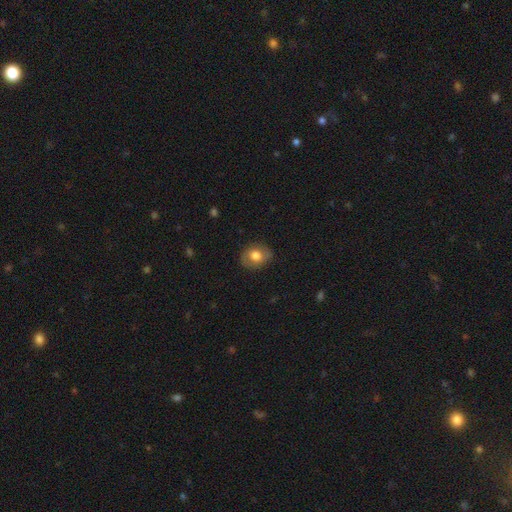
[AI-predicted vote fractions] Smooth or featured? Predicted: smooth (p=0.71). How rounded? Predicted: round (p=0.52). Merging? Predicted: none (p=0.81).